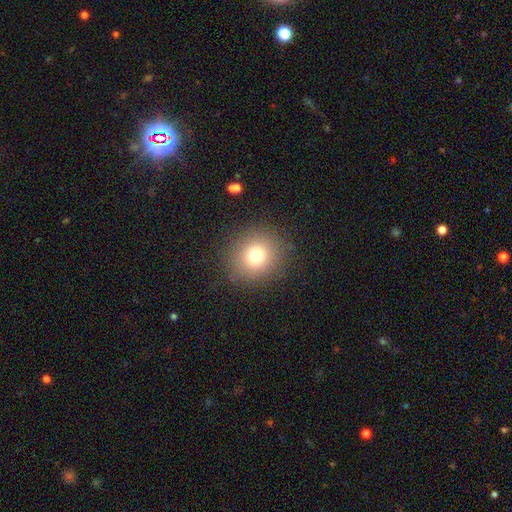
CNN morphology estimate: This appears to be a smooth galaxy with no disk features (77%) that is round (87%). Merging: none (88%).